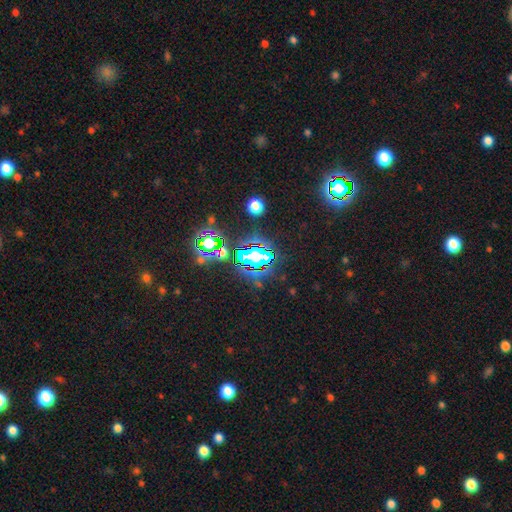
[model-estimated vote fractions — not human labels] The model was most divided on "smooth or featured": star or artifact: 80%, smooth: 12%, featured or disk: 8%.